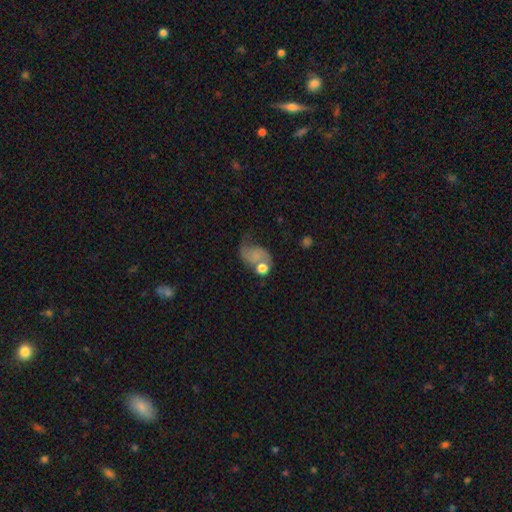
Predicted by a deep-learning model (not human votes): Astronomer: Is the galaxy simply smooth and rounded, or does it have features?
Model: featured or disk — 53% (runner-up: smooth, 34%).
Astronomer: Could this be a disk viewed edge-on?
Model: no — 98%.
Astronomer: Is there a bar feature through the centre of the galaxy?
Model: no — 77%.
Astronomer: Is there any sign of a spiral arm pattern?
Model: yes — 79%.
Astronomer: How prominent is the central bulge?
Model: none — 45% (runner-up: small, 26%).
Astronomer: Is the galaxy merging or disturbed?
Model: none — 30% (runner-up: major disturbance, 28%).